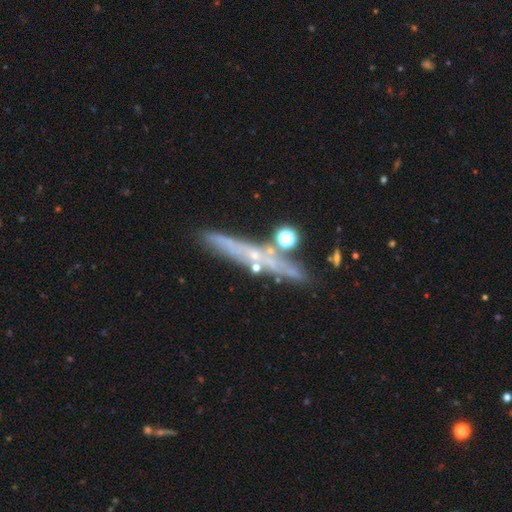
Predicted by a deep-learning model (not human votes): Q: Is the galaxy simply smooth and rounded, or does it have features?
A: featured or disk — 54%.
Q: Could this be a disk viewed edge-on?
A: yes — 85%.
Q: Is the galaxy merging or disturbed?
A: none — 73%.